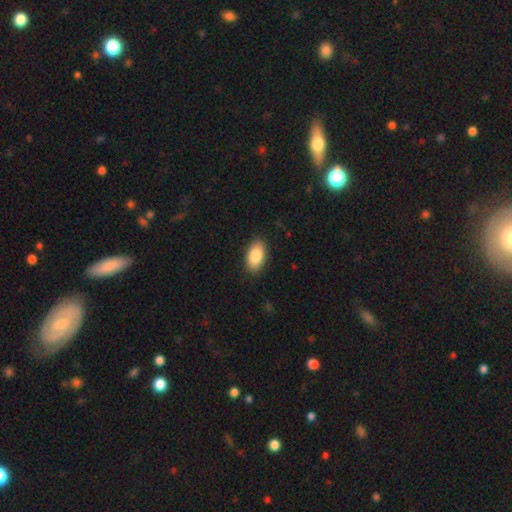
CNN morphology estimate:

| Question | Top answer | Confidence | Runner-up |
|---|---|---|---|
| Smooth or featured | smooth | 85% | featured or disk (9%) |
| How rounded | in between | 94% | round (4%) |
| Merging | none | 89% | minor disturbance (8%) |